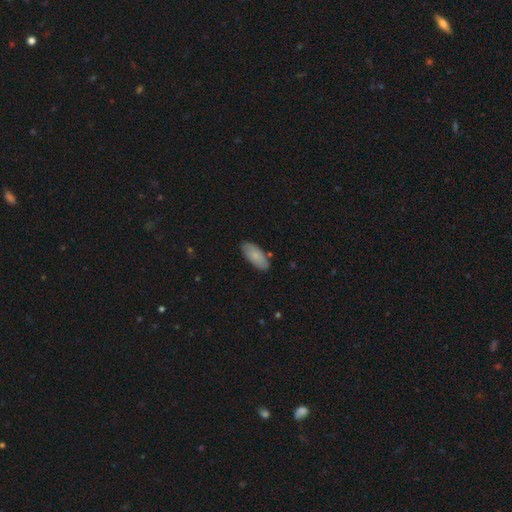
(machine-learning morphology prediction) Smooth or featured?
  - smooth: 77% *
  - featured or disk: 18%
  - star or artifact: 6%
How rounded?
  - in between: 87% *
  - cigar-shaped: 11%
  - round: 2%
Merging?
  - none: 82% *
  - minor disturbance: 14%
  - major disturbance: 2%
  - merger: 2%